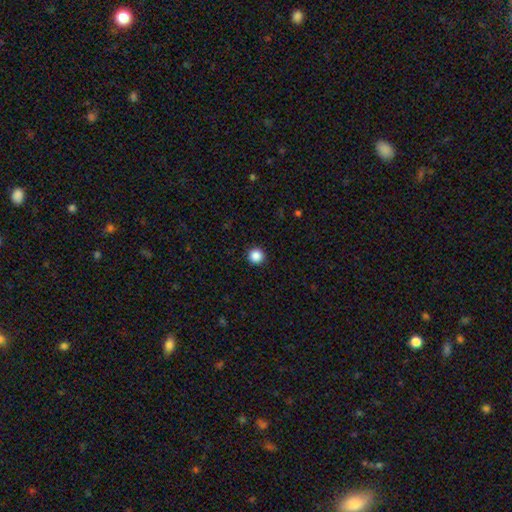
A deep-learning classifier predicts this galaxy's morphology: Overall: smooth (87%). How rounded: round (96%). Merging: none (93%).